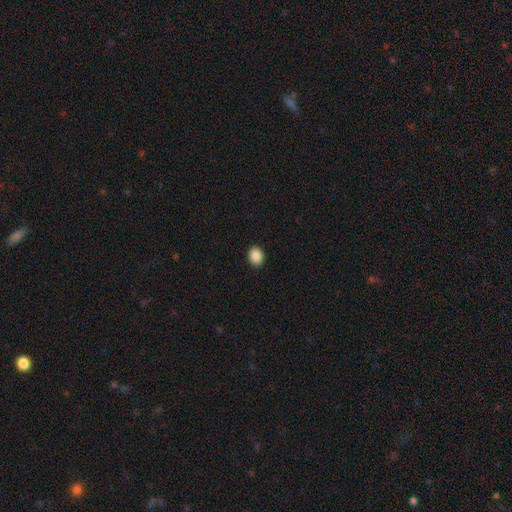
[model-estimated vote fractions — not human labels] Smooth or featured: smooth — 89% (star or artifact — 8%)
How rounded: in between — 60% (round — 39%)
Merging: none — 91% (minor disturbance — 6%)